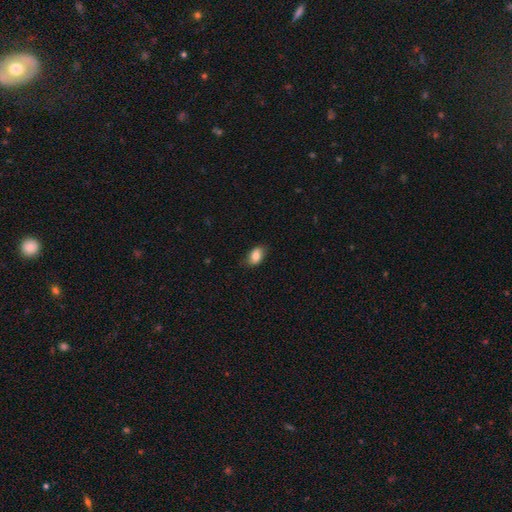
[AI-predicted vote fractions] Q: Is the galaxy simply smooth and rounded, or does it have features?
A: smooth — 83%.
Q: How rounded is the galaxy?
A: in between — 87%.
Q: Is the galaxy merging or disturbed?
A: none — 78%.